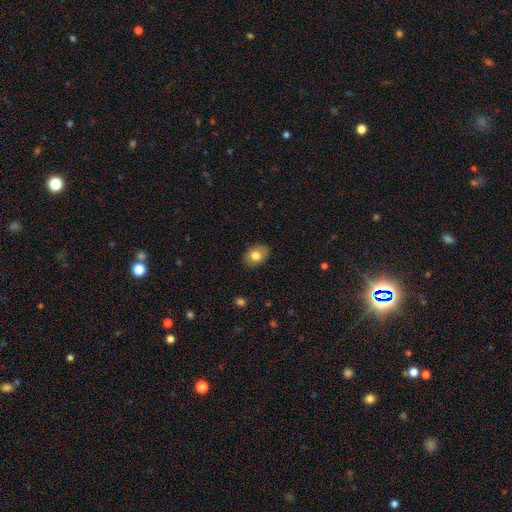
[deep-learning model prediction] The model was most divided on "how rounded": in between: 75%, round: 24%, cigar-shaped: 1%. More confident: merging — none (85%); smooth or featured — smooth (78%).